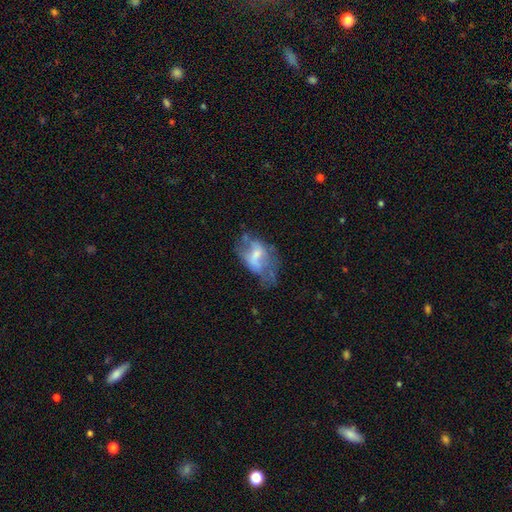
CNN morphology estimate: smooth_or_featured: featured or disk (p=0.51) [alt: smooth p=0.39]
disk_edge_on: no (p=0.95) [alt: yes p=0.05]
merging: major disturbance (p=0.33) [tied with: none p=0.33]